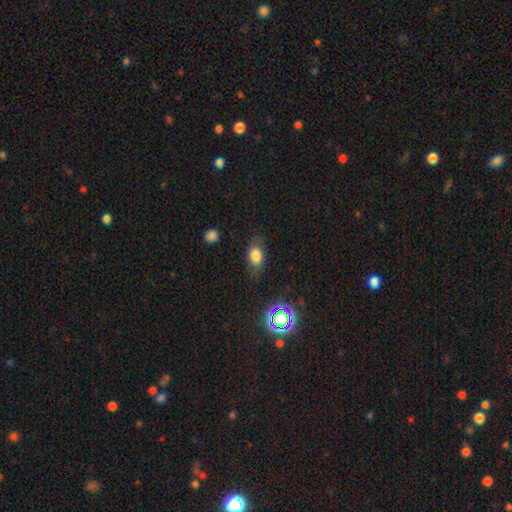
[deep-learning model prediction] A smooth galaxy with no disk features (76%) that is in between round and cigar-shaped (79%). Merging: none (72%).